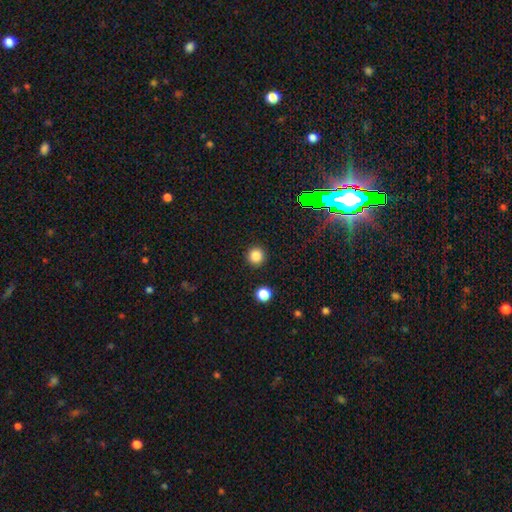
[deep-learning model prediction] smooth_or_featured: smooth (p=0.84) [alt: star or artifact p=0.12]
how_rounded: round (p=0.95) [alt: in between p=0.04]
merging: none (p=0.92) [alt: minor disturbance p=0.05]